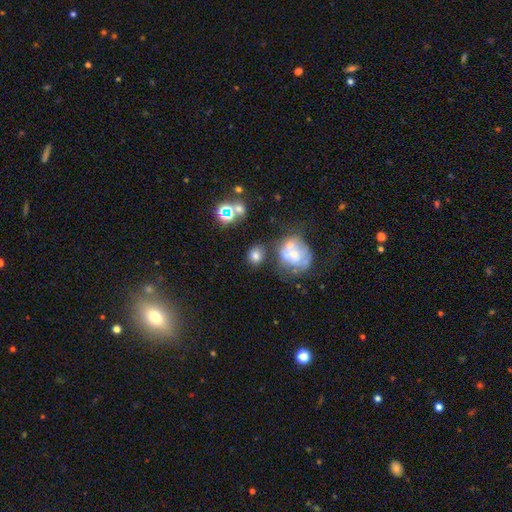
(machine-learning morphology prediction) smooth 69%, star or artifact 16%, featured or disk 15%. Down the decision tree: how rounded — round (69%); merging — none (59%).